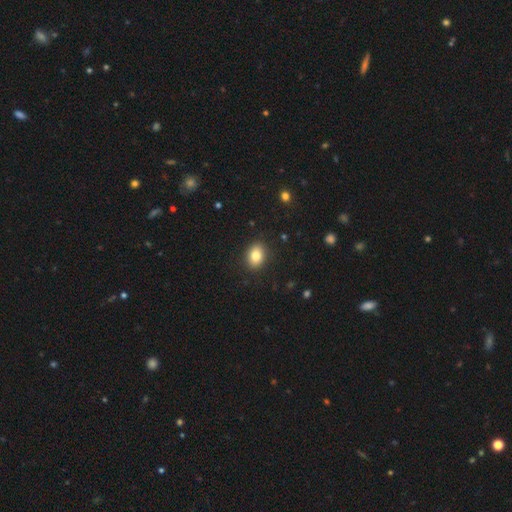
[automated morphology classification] Overall: smooth (82%). How rounded: in between (69%; round 30%). Merging: none (88%).